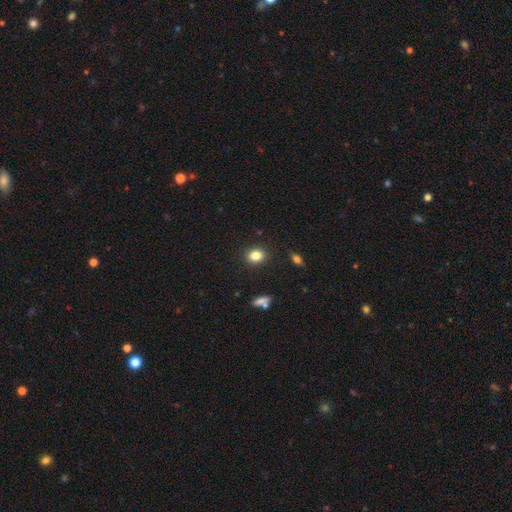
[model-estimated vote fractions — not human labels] Smooth or featured? smooth (83%)
How rounded? round (56%)
Merging? none (89%)